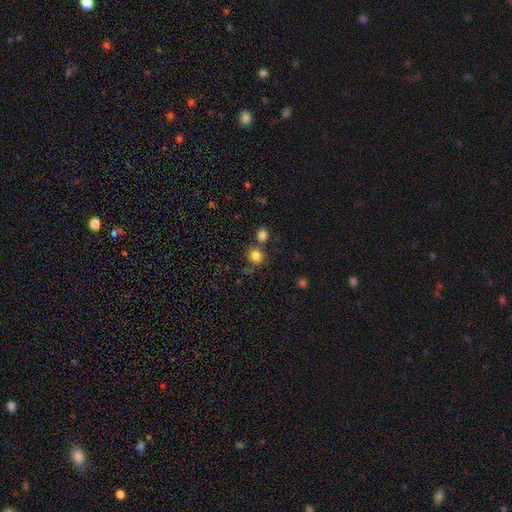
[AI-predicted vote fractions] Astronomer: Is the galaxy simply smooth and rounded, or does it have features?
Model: smooth — 83%.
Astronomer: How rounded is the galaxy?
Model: round — 89%.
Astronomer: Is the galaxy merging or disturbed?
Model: none — 68%.